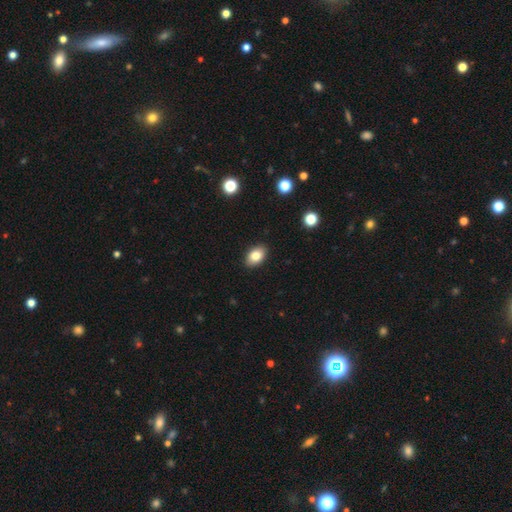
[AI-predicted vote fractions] A smooth galaxy with no disk features (83%) that is in between round and cigar-shaped (88%). Merging: none (89%).